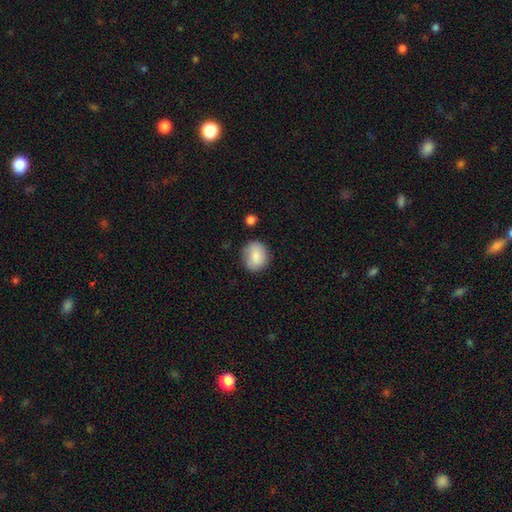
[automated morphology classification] A smooth galaxy with no disk features (79%) that is round (74%).

Vote fractions:
- Smooth or featured? smooth: 79% / featured or disk: 13% / star or artifact: 7%
- How rounded? round: 74% / in between: 25% / cigar-shaped: 1%
- Merging? none: 79% / minor disturbance: 15% / major disturbance: 4% / merger: 3%